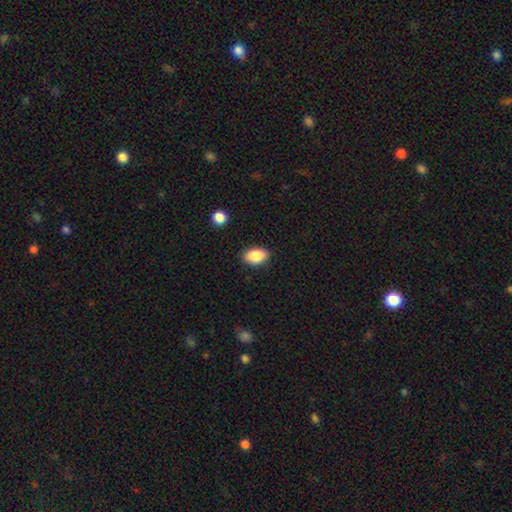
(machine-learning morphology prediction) Smooth or featured?
  - smooth: 88% *
  - star or artifact: 7%
  - featured or disk: 5%
How rounded?
  - in between: 89% *
  - round: 9%
  - cigar-shaped: 1%
Merging?
  - none: 88% *
  - minor disturbance: 9%
  - major disturbance: 2%
  - merger: 1%